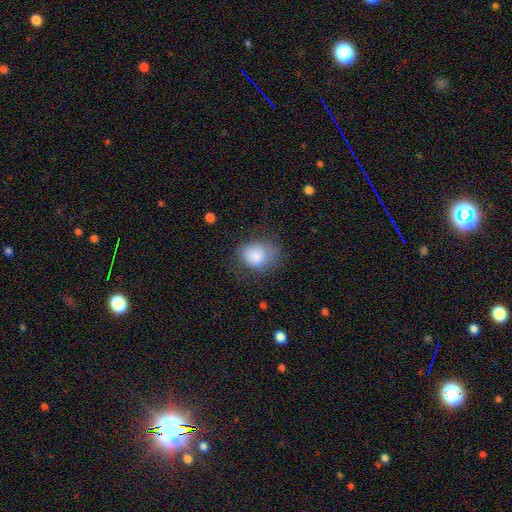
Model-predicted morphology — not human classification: Smooth or featured?
  - smooth: 83% *
  - featured or disk: 9%
  - star or artifact: 8%
How rounded?
  - round: 52% *
  - in between: 47%
  - cigar-shaped: 1%
Merging?
  - none: 57% *
  - minor disturbance: 27%
  - major disturbance: 14%
  - merger: 2%